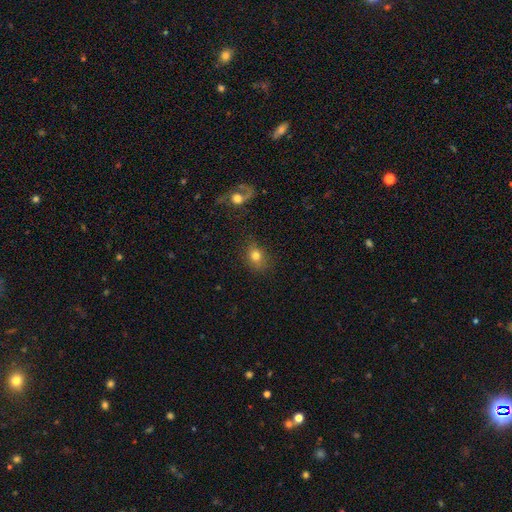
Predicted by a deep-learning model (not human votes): Smooth or featured?
  - smooth: 76% *
  - featured or disk: 12%
  - star or artifact: 11%
How rounded?
  - round: 52% *
  - in between: 47%
  - cigar-shaped: 1%
Merging?
  - none: 72% *
  - minor disturbance: 15%
  - major disturbance: 7%
  - merger: 6%